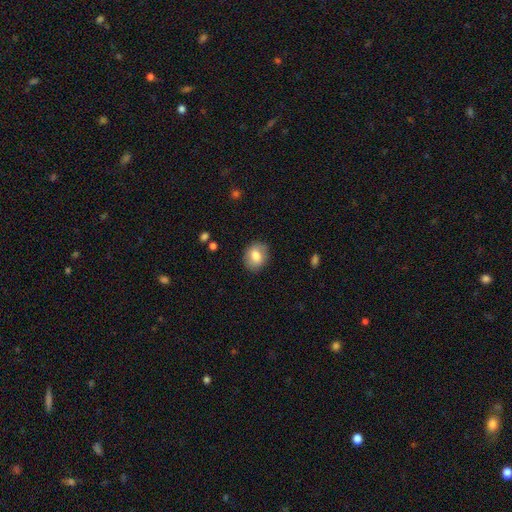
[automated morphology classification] smooth_or_featured: smooth (p=0.76) [alt: featured or disk p=0.16]
how_rounded: in between (p=0.50) [alt: round p=0.49]
merging: none (p=0.85) [alt: minor disturbance p=0.11]